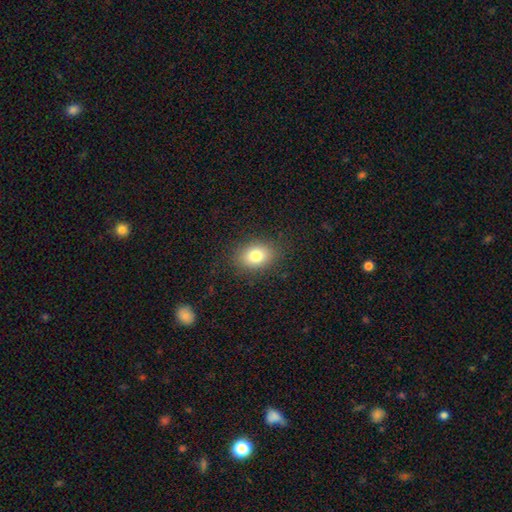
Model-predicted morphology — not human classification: The model was most divided on "how rounded": in between: 75%, round: 24%, cigar-shaped: 1%. More confident: merging — none (86%); smooth or featured — smooth (81%).